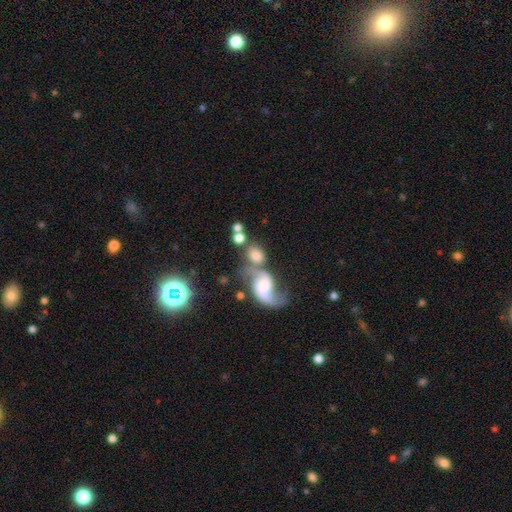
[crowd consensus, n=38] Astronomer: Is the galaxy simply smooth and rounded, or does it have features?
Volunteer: smooth — 61% (runner-up: featured or disk, 37%).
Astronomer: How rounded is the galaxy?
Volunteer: in between — 57% (runner-up: round, 35%).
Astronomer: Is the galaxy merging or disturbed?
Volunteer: none — 41% (runner-up: merger, 38%).